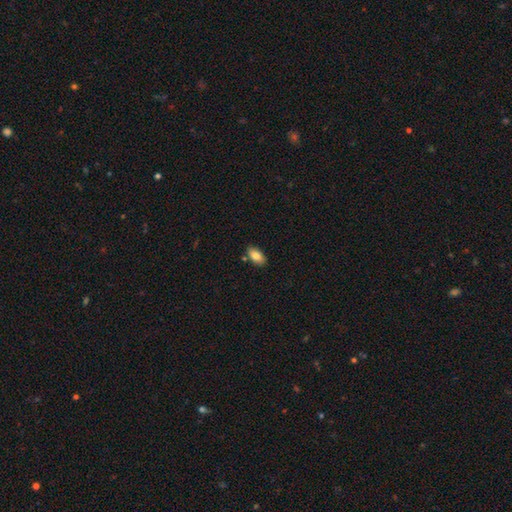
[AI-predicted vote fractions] smooth_or_featured: smooth (p=0.82) [alt: featured or disk p=0.11]
how_rounded: in between (p=0.92) [alt: cigar-shaped p=0.04]
merging: none (p=0.81) [alt: minor disturbance p=0.12]